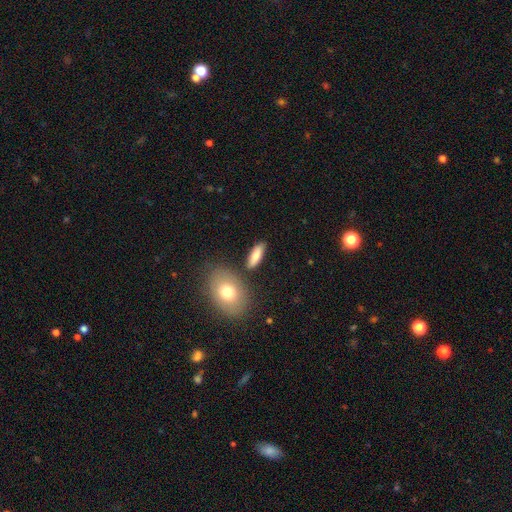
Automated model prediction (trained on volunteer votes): Smooth or featured?
  - smooth: 78% *
  - featured or disk: 16%
  - star or artifact: 7%
How rounded?
  - in between: 62% *
  - cigar-shaped: 34%
  - round: 4%
Merging?
  - none: 80% *
  - minor disturbance: 11%
  - merger: 6%
  - major disturbance: 3%